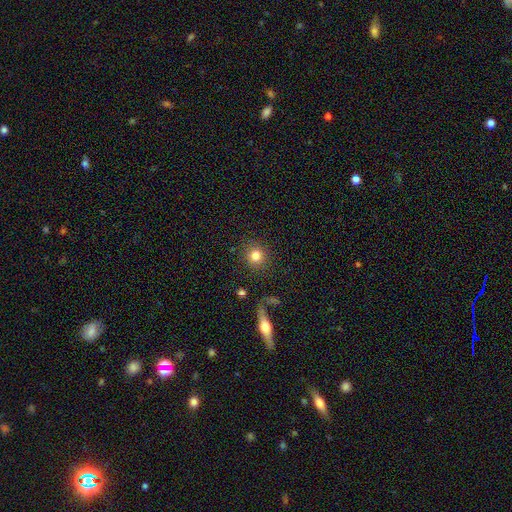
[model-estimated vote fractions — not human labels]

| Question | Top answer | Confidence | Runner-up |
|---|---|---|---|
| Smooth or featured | smooth | 82% | star or artifact (11%) |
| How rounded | round | 91% | in between (8%) |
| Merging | none | 87% | minor disturbance (7%) |